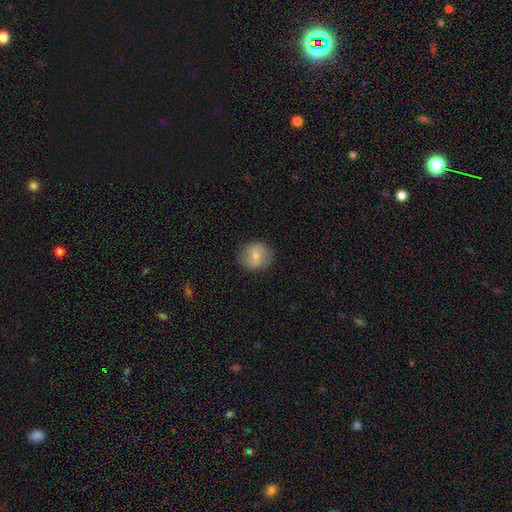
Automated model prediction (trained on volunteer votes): Smooth or featured: smooth — 66% (featured or disk — 26%)
How rounded: round — 87% (in between — 12%)
Merging: none — 86% (minor disturbance — 11%)